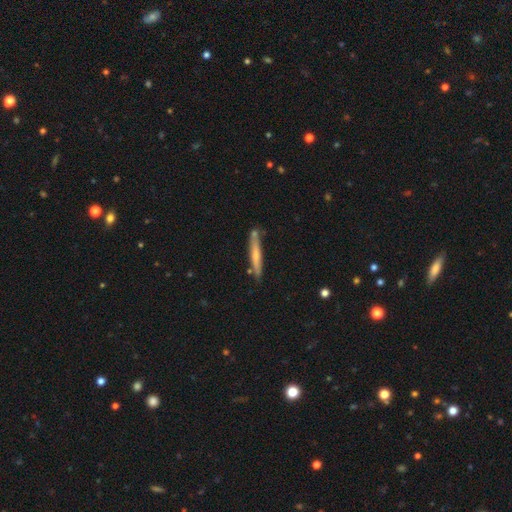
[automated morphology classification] smooth_or_featured: smooth (p=0.57) [alt: featured or disk p=0.37]
how_rounded: cigar-shaped (p=0.94) [alt: in between p=0.04]
merging: none (p=0.76) [alt: minor disturbance p=0.14]